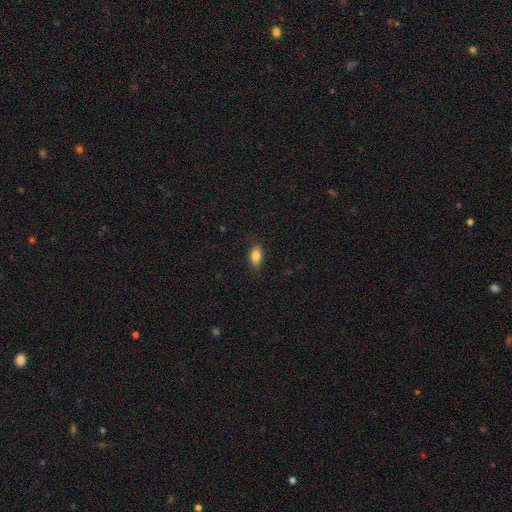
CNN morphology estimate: A smooth galaxy with no disk features (84%) that is in between round and cigar-shaped (86%).

Vote fractions:
- Smooth or featured? smooth: 84% / star or artifact: 8% / featured or disk: 8%
- How rounded? in between: 86% / cigar-shaped: 8% / round: 6%
- Merging? none: 83% / minor disturbance: 13% / major disturbance: 3% / merger: 1%